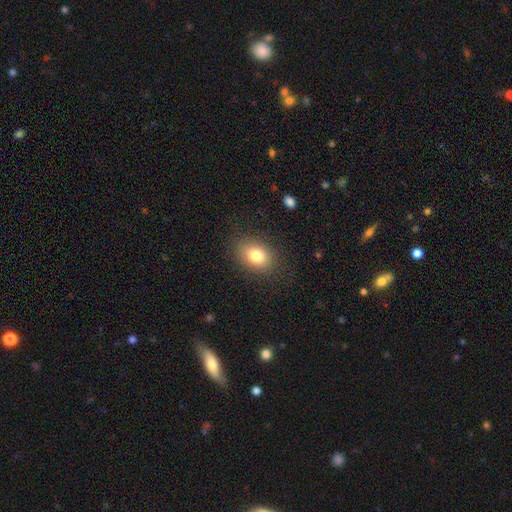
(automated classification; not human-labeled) A smooth galaxy with no disk features (80%) that is in between round and cigar-shaped (73%).

Vote fractions:
- Smooth or featured? smooth: 80% / featured or disk: 10% / star or artifact: 10%
- How rounded? in between: 73% / round: 26% / cigar-shaped: 1%
- Merging? none: 84% / minor disturbance: 11% / major disturbance: 4% / merger: 1%